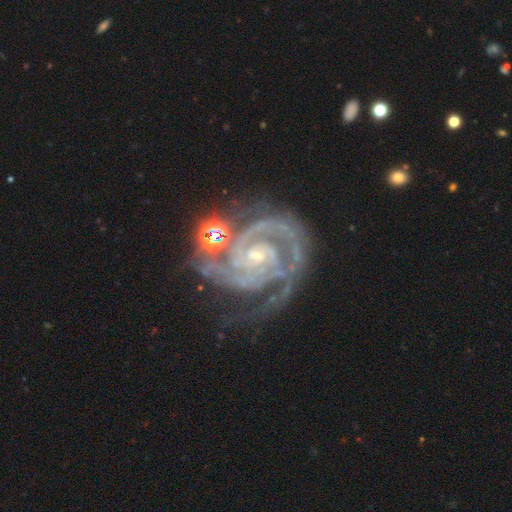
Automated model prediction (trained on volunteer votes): featured or disk 92%, star or artifact 5%, smooth 3%. Down the decision tree: edge-on disk — no (98%); bar — no (54%); spiral arms — yes (99%); spiral arm count — 2 (62%); spiral winding — tight (72%); bulge size — small (73%); merging — none (54%).